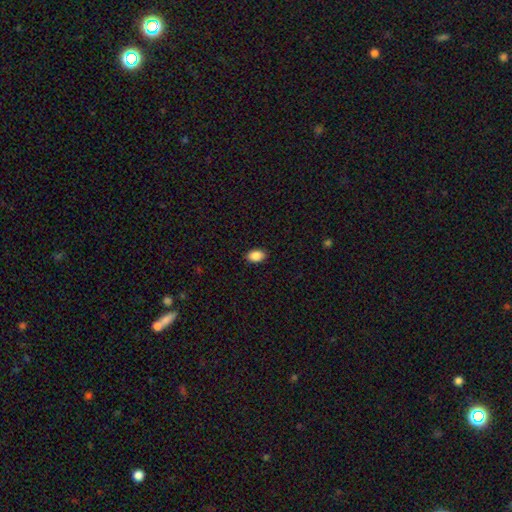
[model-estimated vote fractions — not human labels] Q: Smooth or featured?
A: smooth (89%); runner-up: star or artifact (8%)
Q: How rounded?
A: in between (88%); runner-up: round (11%)
Q: Merging?
A: none (90%); runner-up: minor disturbance (7%)